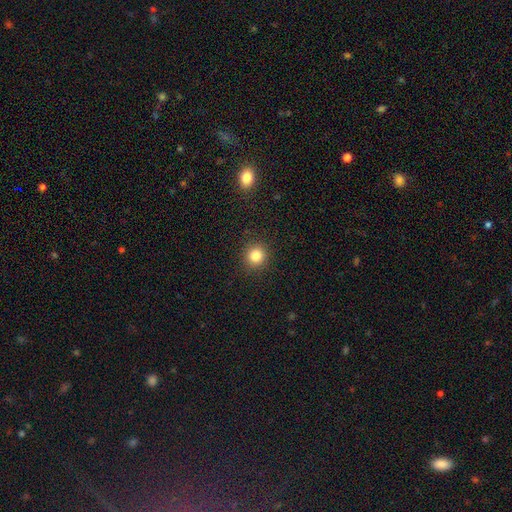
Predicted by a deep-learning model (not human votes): smooth 83%, star or artifact 12%, featured or disk 5%. Down the decision tree: how rounded — round (91%); merging — none (91%).